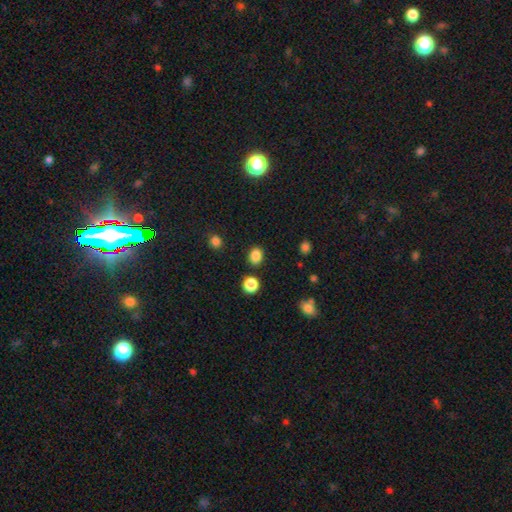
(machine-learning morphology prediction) The model was most divided on "how rounded": in between: 53%, round: 46%, cigar-shaped: 1%. More confident: merging — none (85%); smooth or featured — smooth (85%).